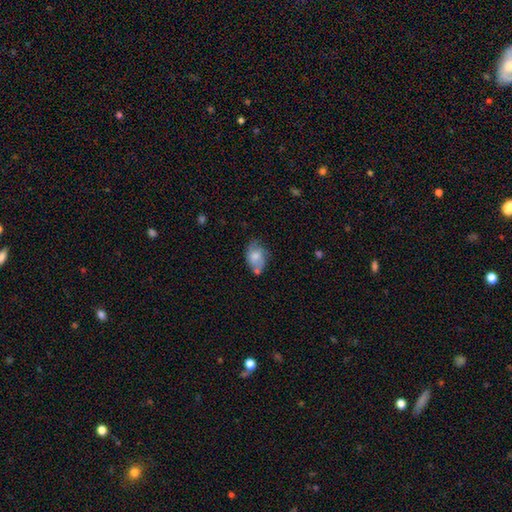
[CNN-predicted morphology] Smooth or featured? smooth (51%)
How rounded? in between (80%)
Merging? none (48%)